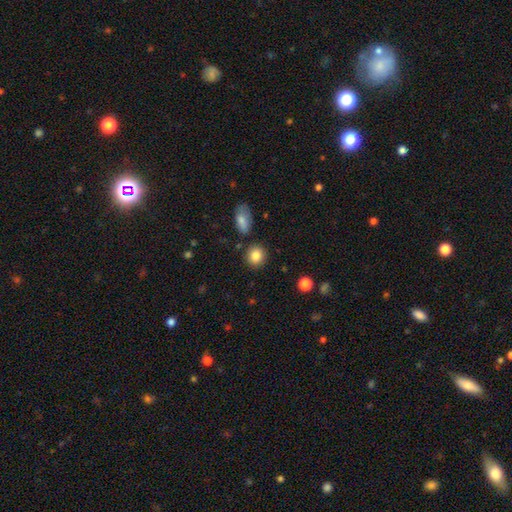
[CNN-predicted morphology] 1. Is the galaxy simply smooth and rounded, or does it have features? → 85% smooth, 9% star or artifact, 7% featured or disk.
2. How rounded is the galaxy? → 84% round, 15% in between, 1% cigar-shaped.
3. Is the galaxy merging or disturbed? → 85% none, 8% minor disturbance, 5% merger, 2% major disturbance.